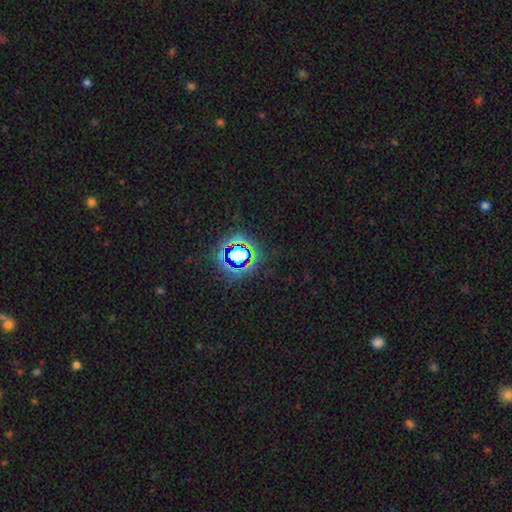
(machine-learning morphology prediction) A star or artifact, not a galaxy (76%).

Vote fractions:
- Smooth or featured? star or artifact: 76% / smooth: 15% / featured or disk: 9%